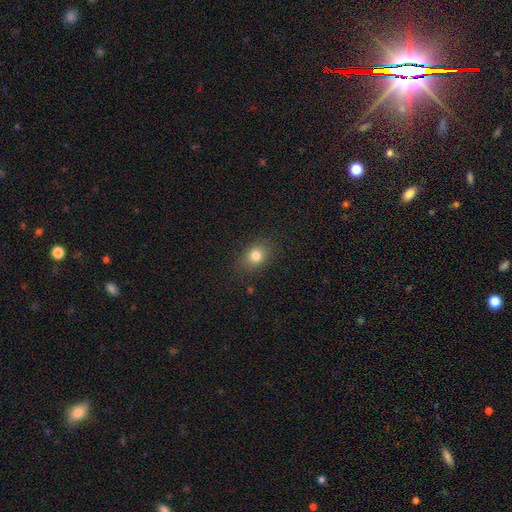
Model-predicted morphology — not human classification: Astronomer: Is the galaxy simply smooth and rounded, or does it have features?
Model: smooth — 80%.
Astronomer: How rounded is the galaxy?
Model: in between — 56% (runner-up: round, 42%).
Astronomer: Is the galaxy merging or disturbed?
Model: none — 84%.